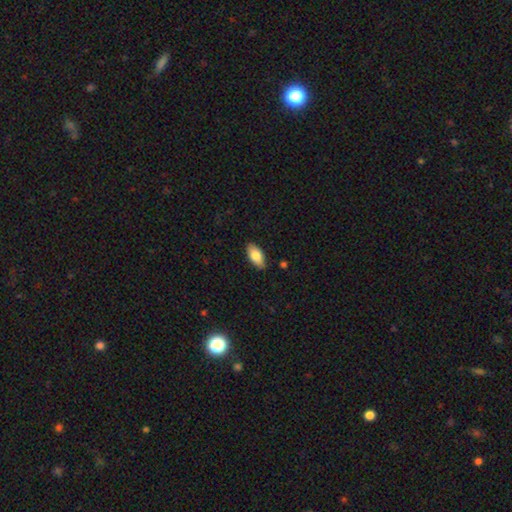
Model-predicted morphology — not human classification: Smooth or featured: smooth — 81% (featured or disk — 12%)
How rounded: in between — 91% (cigar-shaped — 6%)
Merging: none — 87% (minor disturbance — 10%)